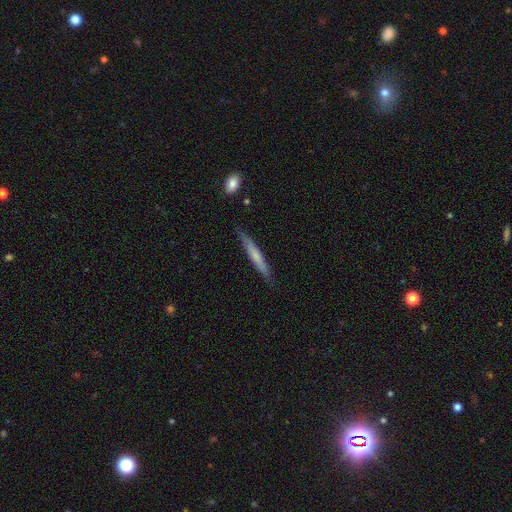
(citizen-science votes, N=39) A smooth galaxy with no disk features (49%) that is cigar-shaped (95%).

Vote fractions:
- Smooth or featured? smooth: 49% / featured or disk: 41% / star or artifact: 10%
- How rounded? cigar-shaped: 95% / in between: 5% / round: 0%
- Merging? none: 89% / minor disturbance: 6% / major disturbance: 3% / merger: 3%